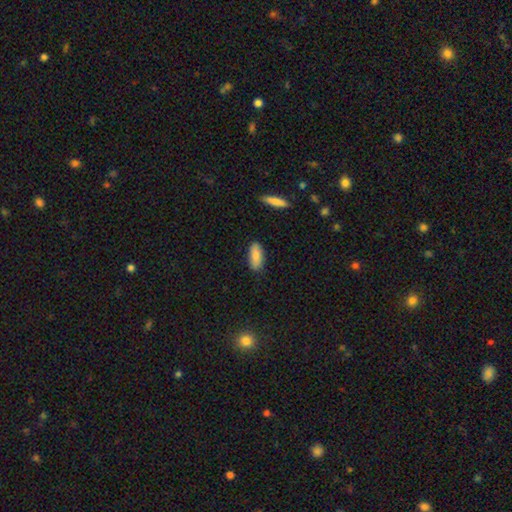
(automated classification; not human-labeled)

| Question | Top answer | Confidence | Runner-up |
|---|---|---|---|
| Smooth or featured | smooth | 85% | featured or disk (9%) |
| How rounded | in between | 81% | cigar-shaped (17%) |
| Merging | none | 85% | minor disturbance (12%) |